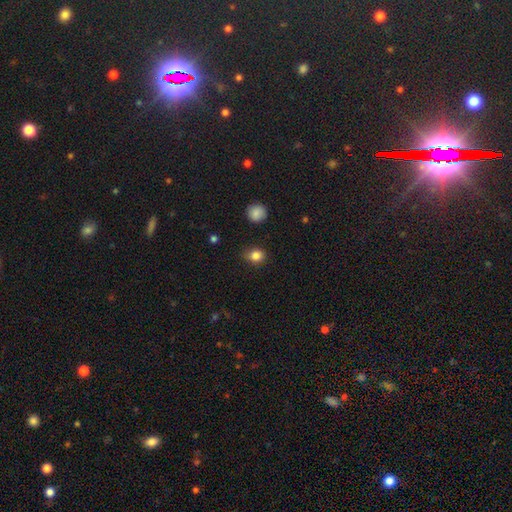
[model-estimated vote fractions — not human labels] Smooth or featured? Predicted: smooth (p=0.84). How rounded? Predicted: round (p=0.61). Merging? Predicted: none (p=0.75).